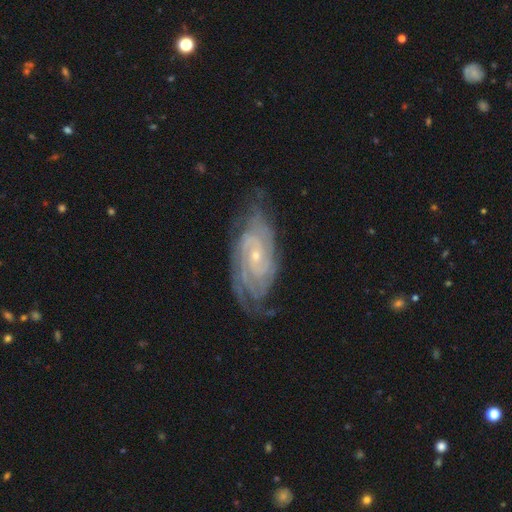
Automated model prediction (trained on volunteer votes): This is clearly a featured or disk galaxy (88%). It is clearly not viewed edge-on (94%). Bar: likely no (61%). Spiral arm pattern: clearly yes (98%). Spiral arm count: marginally can't tell (27%). Spiral winding: likely tight (76%). Central bulge: likely small (76%). Merging: likely none (71%).